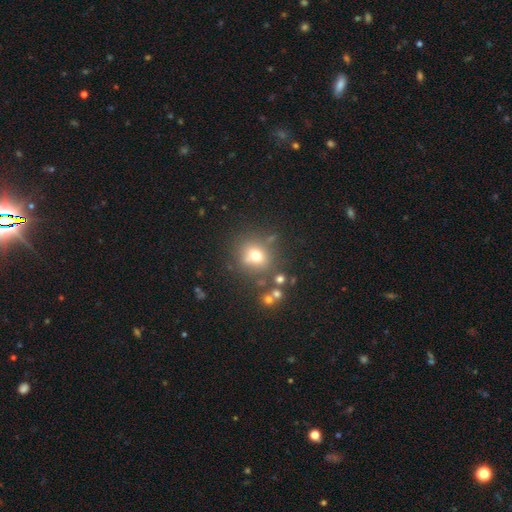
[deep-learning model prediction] smooth 67%, star or artifact 18%, featured or disk 15%. Down the decision tree: how rounded — round (83%); merging — none (74%).